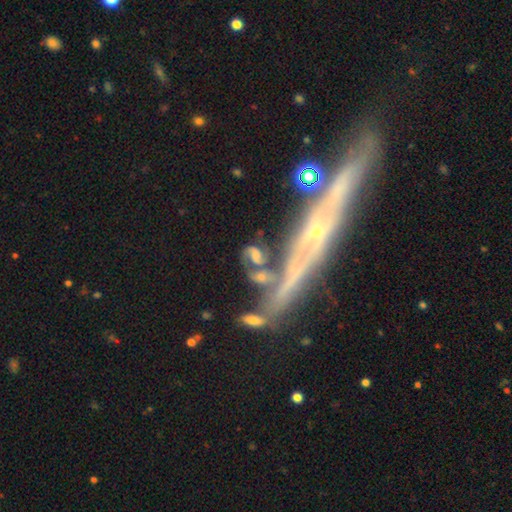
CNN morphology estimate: This is possibly a featured or disk galaxy (53%). It is likely not viewed edge-on (71%). Merging: marginally none (40%).